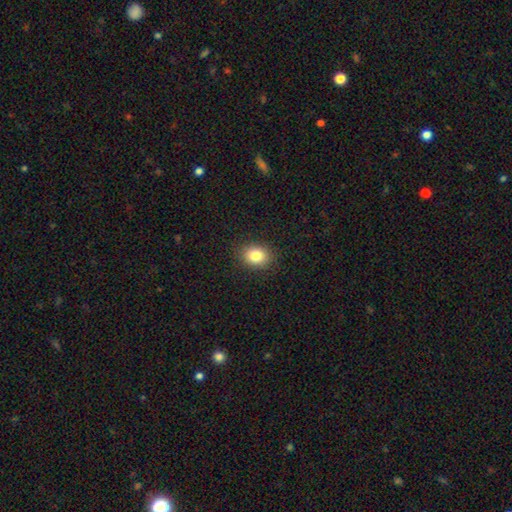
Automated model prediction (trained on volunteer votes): Smooth or featured: smooth — 83% (star or artifact — 10%)
How rounded: round — 56% (in between — 43%)
Merging: none — 89% (minor disturbance — 8%)